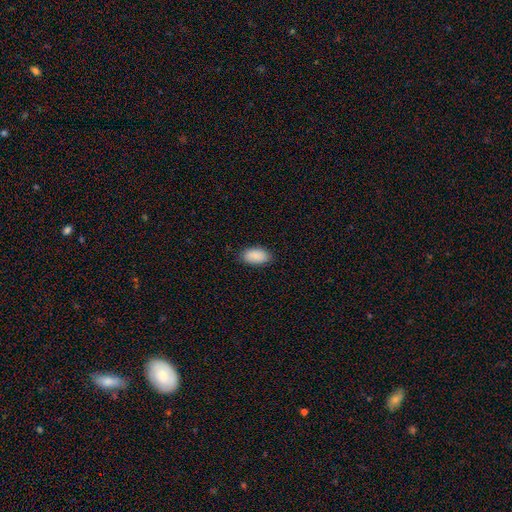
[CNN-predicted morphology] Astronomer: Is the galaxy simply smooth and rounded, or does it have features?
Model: smooth — 90%.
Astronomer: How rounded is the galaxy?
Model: in between — 94%.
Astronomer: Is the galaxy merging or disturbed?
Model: none — 85%.